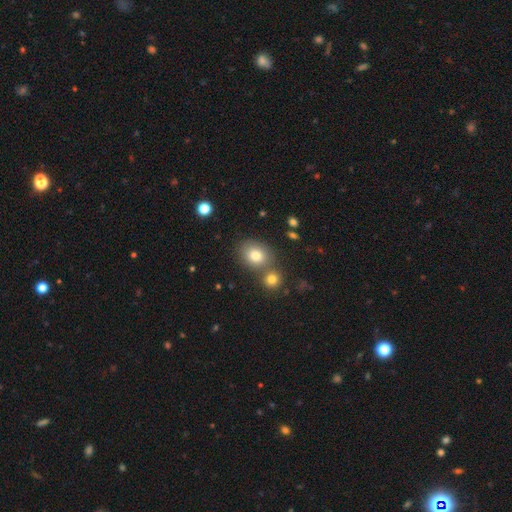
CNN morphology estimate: This is likely a smooth galaxy (77%). How rounded: possibly round (56%). Merging: possibly none (60%).